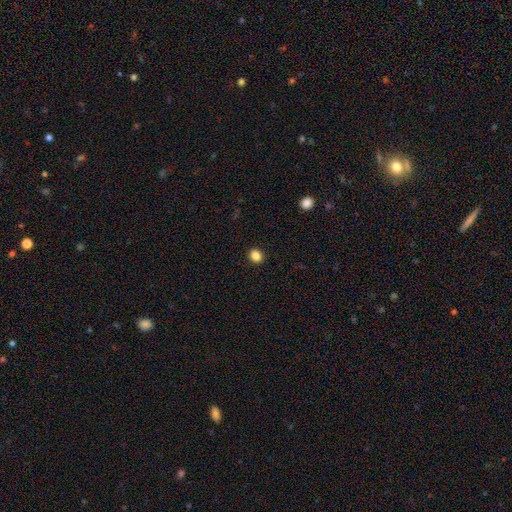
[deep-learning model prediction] Q: Smooth or featured?
A: smooth (86%); runner-up: star or artifact (11%)
Q: How rounded?
A: round (67%); runner-up: in between (32%)
Q: Merging?
A: none (92%); runner-up: minor disturbance (6%)